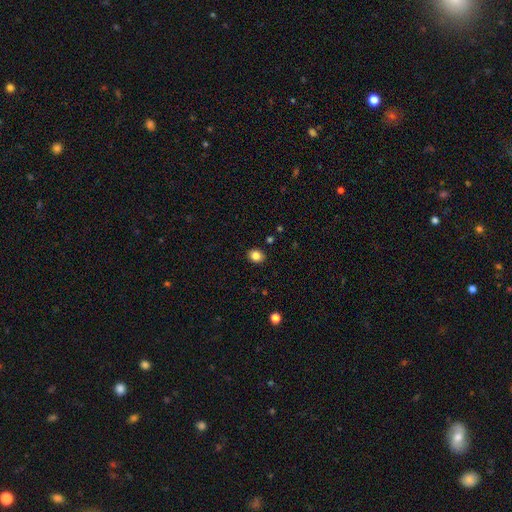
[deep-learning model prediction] Overall: smooth (84%). How rounded: round (62%; in between 38%). Merging: none (90%).